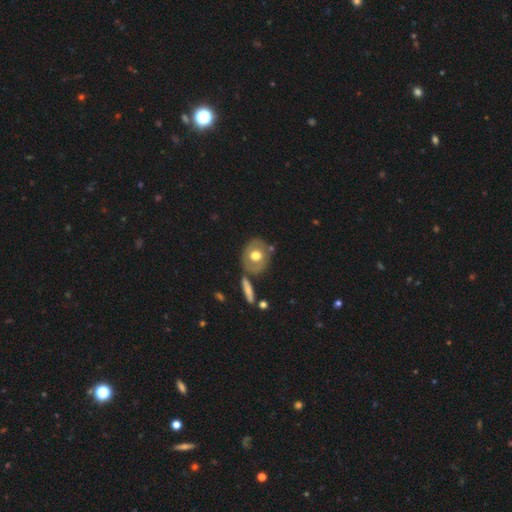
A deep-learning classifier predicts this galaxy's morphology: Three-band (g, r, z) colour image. It shows a smooth galaxy with no disk features (56%) that is round (61%). Merging: none (71%).